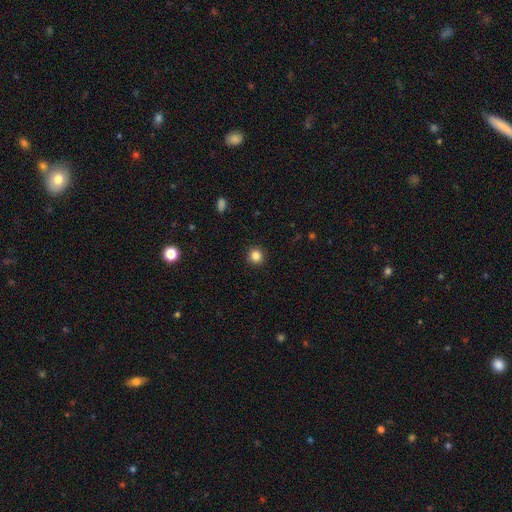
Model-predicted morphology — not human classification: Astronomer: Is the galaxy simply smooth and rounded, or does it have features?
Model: smooth — 85%.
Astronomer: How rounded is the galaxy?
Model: round — 93%.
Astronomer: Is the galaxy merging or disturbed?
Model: none — 92%.